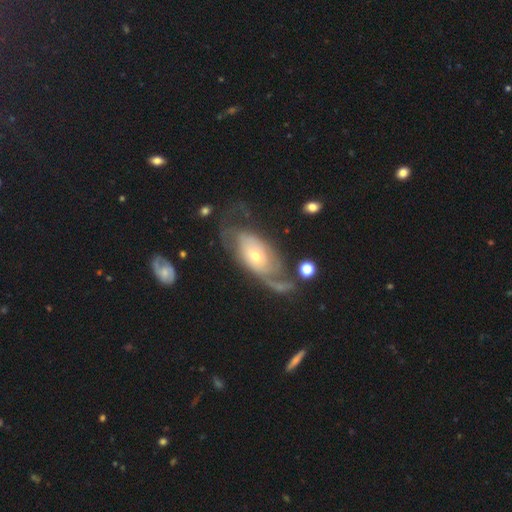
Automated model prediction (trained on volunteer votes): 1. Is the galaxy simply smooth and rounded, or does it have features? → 74% featured or disk, 20% smooth, 6% star or artifact.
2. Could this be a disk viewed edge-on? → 91% no, 9% yes.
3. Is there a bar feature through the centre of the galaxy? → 74% no, 20% weak, 6% strong.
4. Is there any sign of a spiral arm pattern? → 79% yes, 21% no.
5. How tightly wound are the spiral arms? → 37% tight, 34% medium, 29% loose.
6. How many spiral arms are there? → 46% 2, 28% can't tell, 17% 1, 4% 3, 2% 4, 2% more than 4.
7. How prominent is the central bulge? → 49% small, 44% moderate, 4% large, 1% dominant, 1% none.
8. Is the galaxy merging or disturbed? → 45% none, 29% major disturbance, 20% minor disturbance, 5% merger.